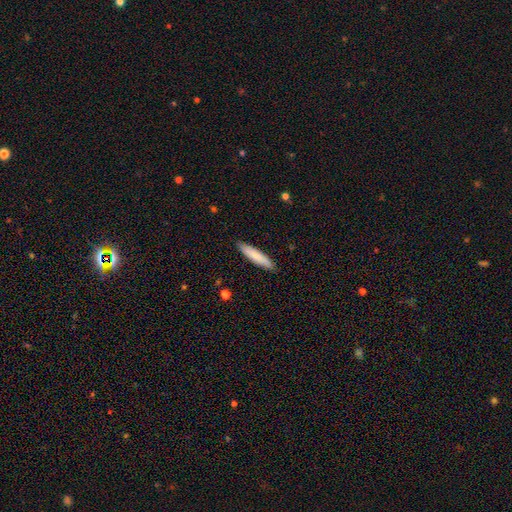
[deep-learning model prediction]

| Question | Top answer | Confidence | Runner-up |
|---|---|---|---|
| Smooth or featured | smooth | 81% | featured or disk (14%) |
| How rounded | cigar-shaped | 87% | in between (12%) |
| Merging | none | 89% | minor disturbance (8%) |